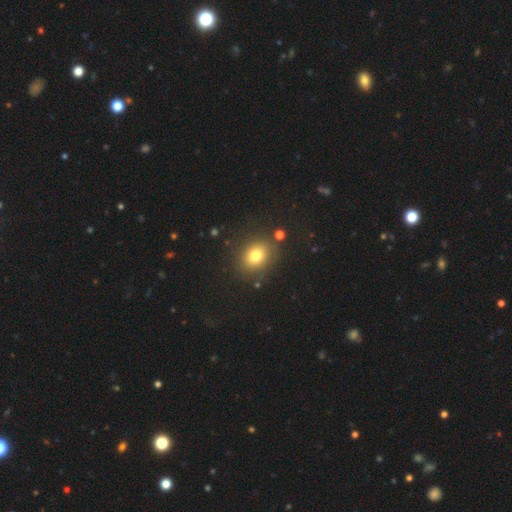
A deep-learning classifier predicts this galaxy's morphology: Q: Smooth or featured?
A: smooth (77%); runner-up: star or artifact (14%)
Q: How rounded?
A: round (57%); runner-up: in between (42%)
Q: Merging?
A: none (84%); runner-up: minor disturbance (9%)